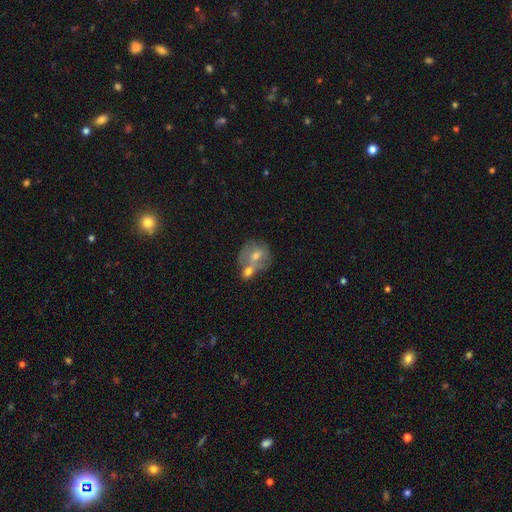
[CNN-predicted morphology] smooth-or-featured: smooth: 56% | featured or disk: 37% | star or artifact: 8%
  how-rounded: round: 68% | in between: 30% | cigar-shaped: 1%
  merging: merger: 60% | none: 25% | minor disturbance: 10% | major disturbance: 5%